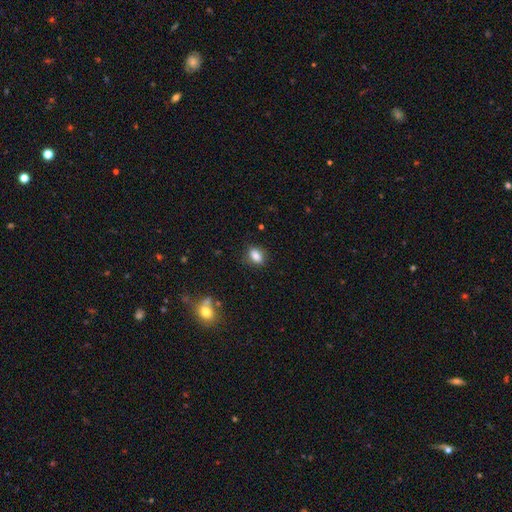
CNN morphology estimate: This is clearly a smooth galaxy (85%). How rounded: clearly in between (82%). Merging: clearly none (80%).